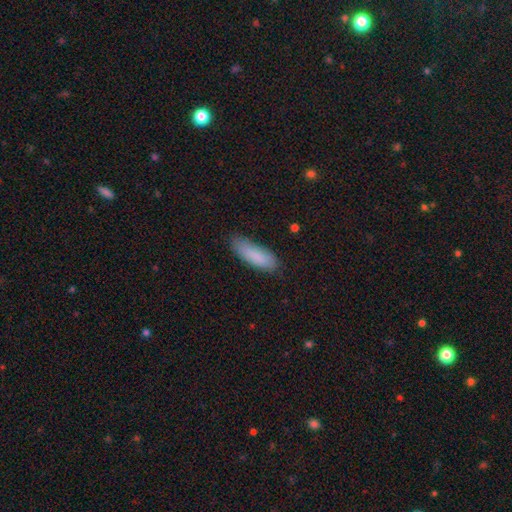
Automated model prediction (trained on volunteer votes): smooth-or-featured: smooth: 87% | featured or disk: 7% | star or artifact: 6%
  how-rounded: in between: 54% | cigar-shaped: 45% | round: 1%
  merging: none: 77% | minor disturbance: 19% | major disturbance: 3% | merger: 1%